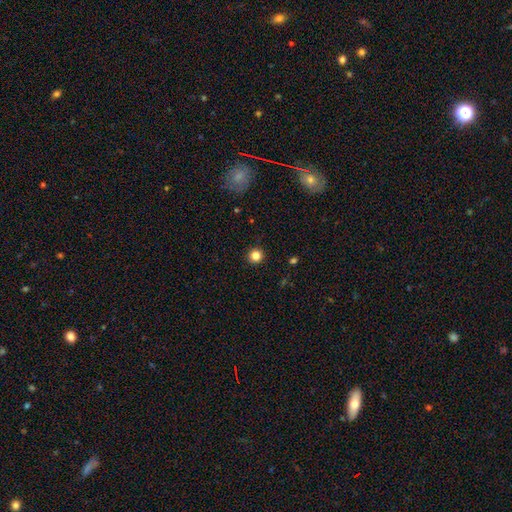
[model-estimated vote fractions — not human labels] Smooth or featured: smooth — 83% (star or artifact — 12%)
How rounded: round — 95% (in between — 4%)
Merging: none — 92% (minor disturbance — 5%)